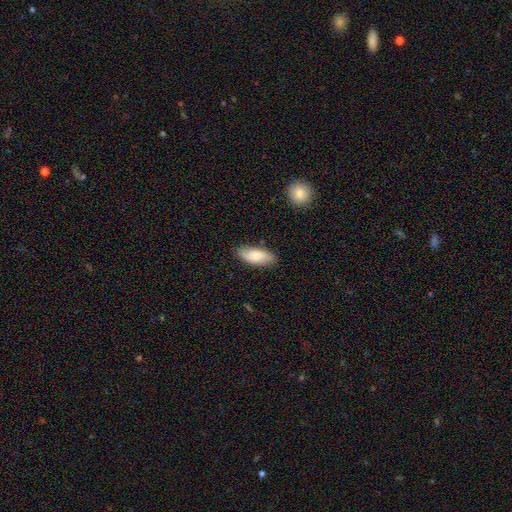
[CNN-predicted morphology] A smooth galaxy with no disk features (61%) that is in between round and cigar-shaped (84%).

Vote fractions:
- Smooth or featured? smooth: 61% / featured or disk: 33% / star or artifact: 7%
- How rounded? in between: 84% / cigar-shaped: 14% / round: 2%
- Merging? none: 80% / minor disturbance: 16% / major disturbance: 3% / merger: 2%